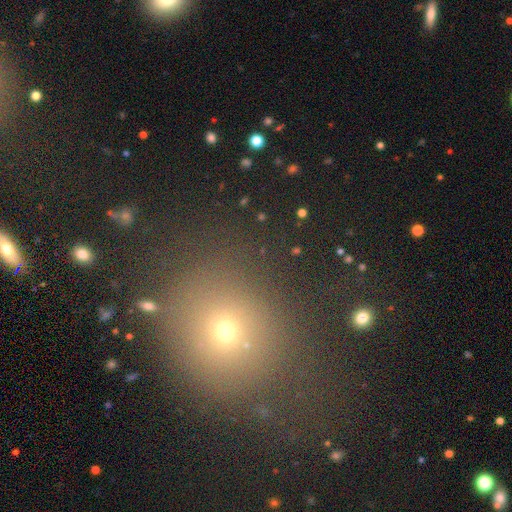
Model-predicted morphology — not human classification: smooth-or-featured: smooth: 54% | star or artifact: 37% | featured or disk: 10%
  how-rounded: round: 81% | in between: 17% | cigar-shaped: 2%
  merging: none: 77% | minor disturbance: 10% | major disturbance: 7% | merger: 6%